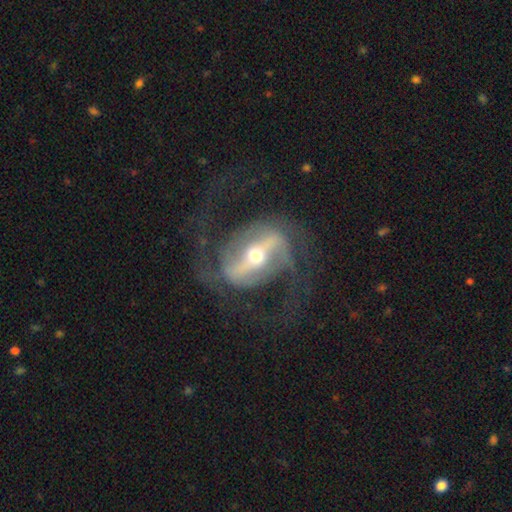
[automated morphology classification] smooth-or-featured: featured or disk: 90% | star or artifact: 5% | smooth: 5%
  disk-edge-on: no: 94% | yes: 6%
    bar: strong: 71% | weak: 21% | no: 7%
    has-spiral-arms: yes: 95% | no: 5%
      spiral-winding: medium: 52% | loose: 31% | tight: 17%
      spiral-arm-count: 2: 90% | can't tell: 3% | 3: 3% | 1: 2% | 4: 1% | more than 4: 1%
    bulge-size: moderate: 59% | small: 34% | large: 5% | dominant: 1% | none: 1%
  merging: none: 72% | major disturbance: 15% | minor disturbance: 12% | merger: 1%